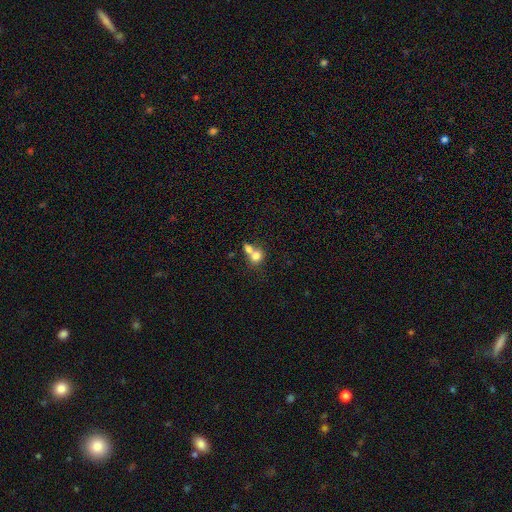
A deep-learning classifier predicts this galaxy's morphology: The model was most divided on "how rounded": round: 66%, in between: 33%, cigar-shaped: 1%. More confident: smooth or featured — smooth (76%); merging — merger (62%).